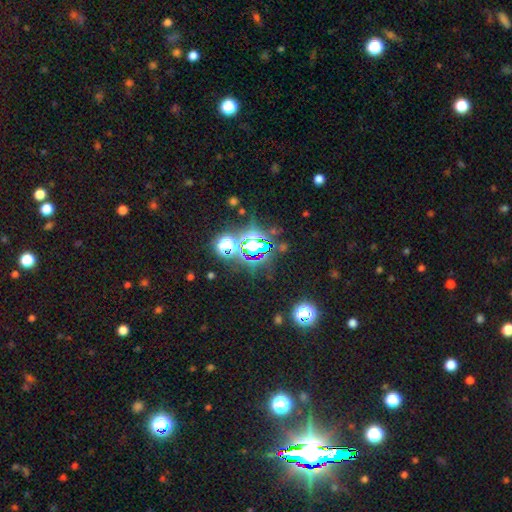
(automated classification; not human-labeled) This appears to be a star or artifact, not a galaxy (78%).